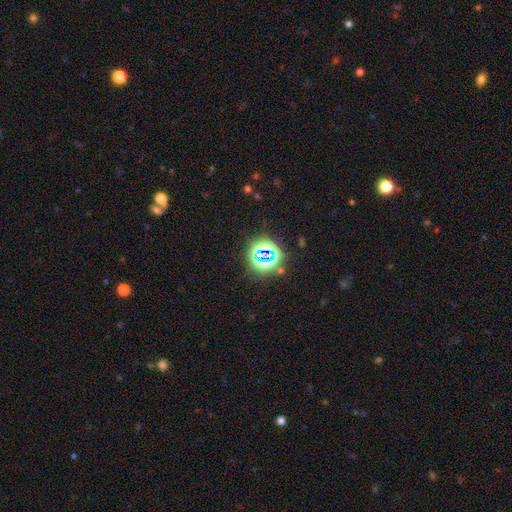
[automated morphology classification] star or artifact 71%, smooth 19%, featured or disk 10%.